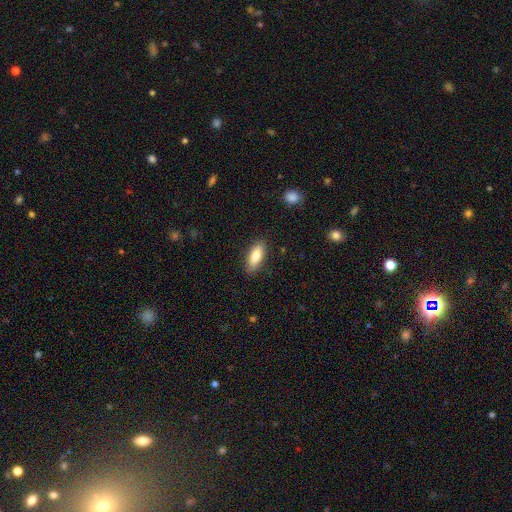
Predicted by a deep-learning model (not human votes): smooth 81%, featured or disk 13%, star or artifact 6%. Down the decision tree: how rounded — in between (72%); merging — none (86%).